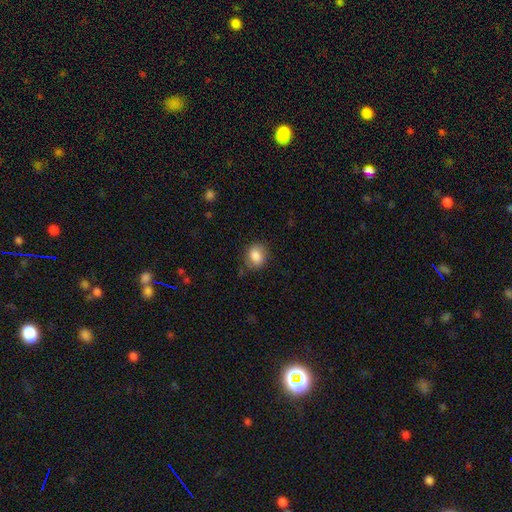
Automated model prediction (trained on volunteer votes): Smooth or featured? Predicted: smooth (p=0.83). How rounded? Predicted: round (p=0.61). Merging? Predicted: none (p=0.77).